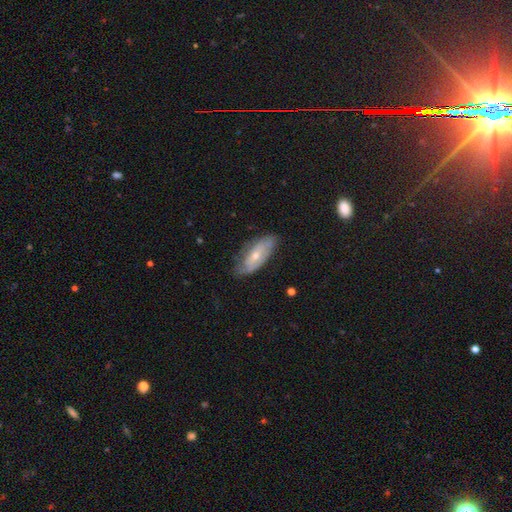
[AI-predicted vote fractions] featured or disk 59%, smooth 34%, star or artifact 7%. Down the decision tree: edge-on disk — no (83%); merging — none (70%).